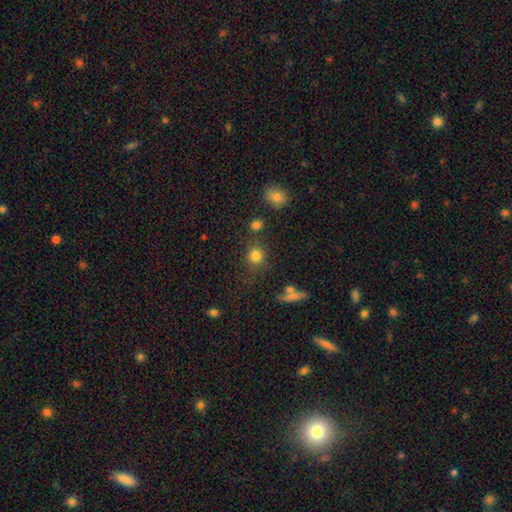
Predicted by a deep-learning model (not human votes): smooth_or_featured: smooth (p=0.80) [alt: star or artifact p=0.14]
how_rounded: round (p=0.86) [alt: in between p=0.12]
merging: none (p=0.76) [alt: minor disturbance p=0.11]